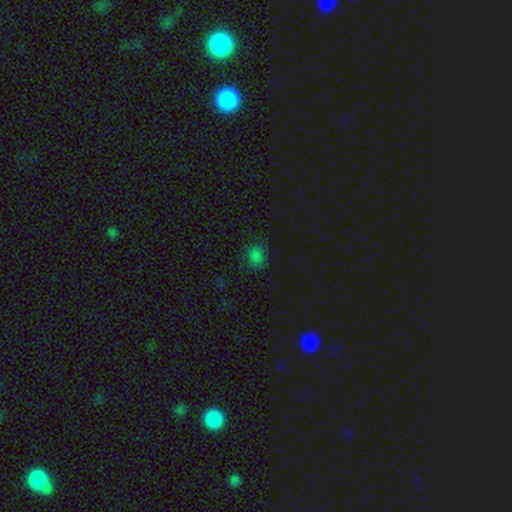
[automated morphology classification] Q: Smooth or featured?
A: smooth (73%); runner-up: star or artifact (22%)
Q: How rounded?
A: round (56%); runner-up: in between (43%)
Q: Merging?
A: none (75%); runner-up: minor disturbance (18%)